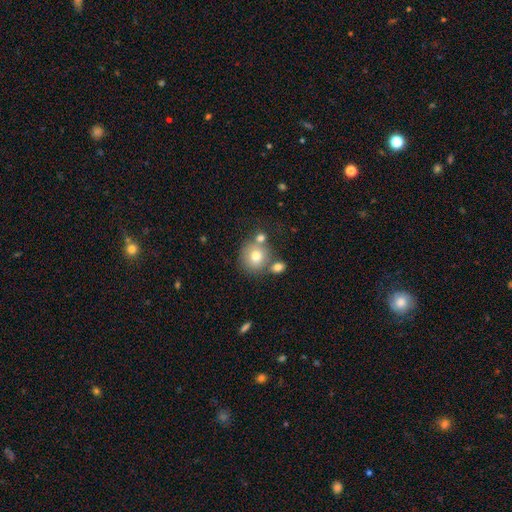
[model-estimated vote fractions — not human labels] This is likely a smooth galaxy (75%). How rounded: clearly round (87%). Merging: possibly none (60%).